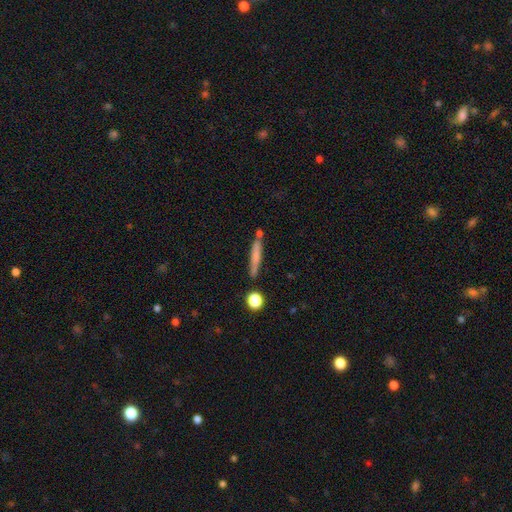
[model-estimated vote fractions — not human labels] Morphology: type=smooth (66%); roundness=cigar-shaped (93%); merging=none (77%).